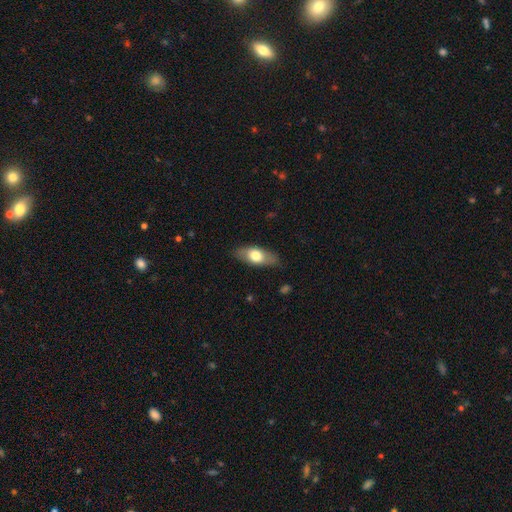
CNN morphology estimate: Overall: smooth (66%; featured or disk 28%). How rounded: in between (80%). Merging: none (80%).